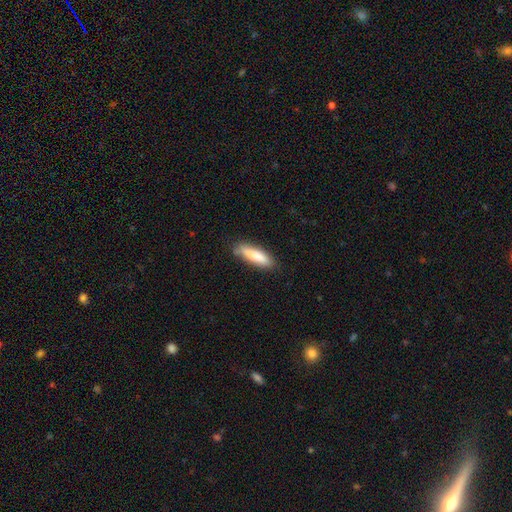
Overall: smooth (85%). How rounded: cigar-shaped (48%; in between 45%). Merging: none (75%).